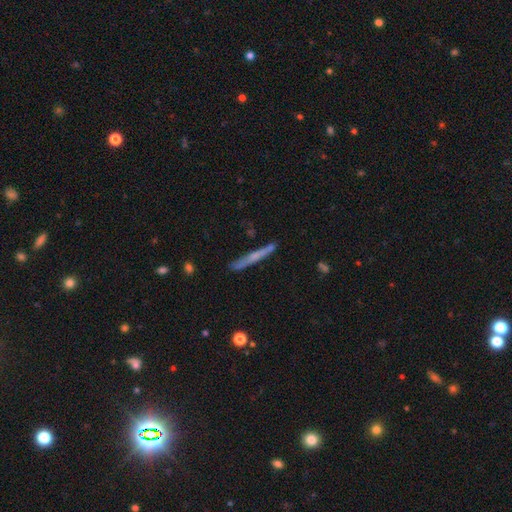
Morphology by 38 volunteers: Volunteers were most divided on "smooth or featured": featured or disk: 58%, smooth: 34%, star or artifact: 8%. More confident: edge-on disk — yes (100%); merging — none (94%); edge-on bulge — none (68%).